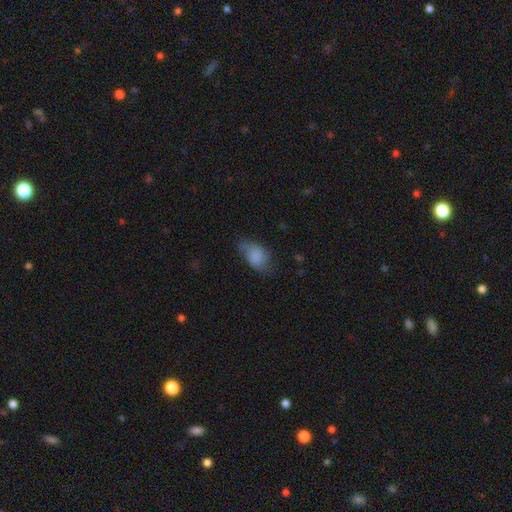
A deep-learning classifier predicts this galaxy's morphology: Q: Smooth or featured?
A: smooth (78%); runner-up: featured or disk (14%)
Q: How rounded?
A: in between (89%); runner-up: round (9%)
Q: Merging?
A: none (54%); runner-up: minor disturbance (31%)